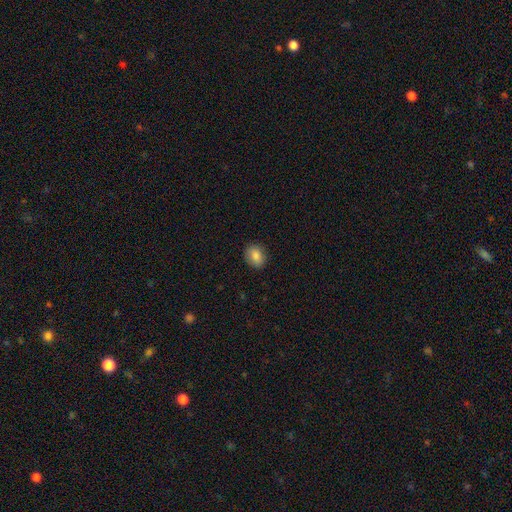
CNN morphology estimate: Smooth or featured?
  - smooth: 85% *
  - star or artifact: 8%
  - featured or disk: 7%
How rounded?
  - in between: 55% *
  - round: 44%
  - cigar-shaped: 1%
Merging?
  - none: 88% *
  - minor disturbance: 9%
  - major disturbance: 2%
  - merger: 1%